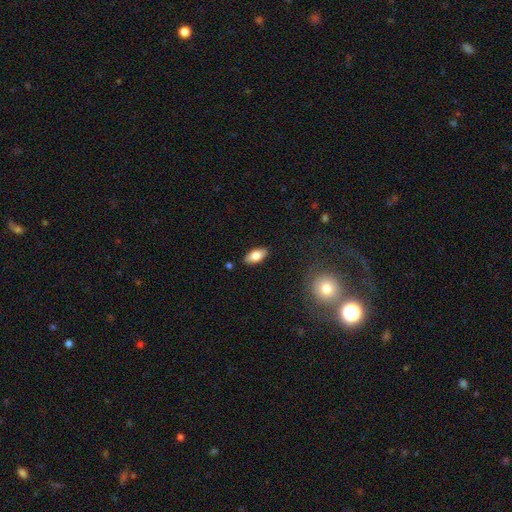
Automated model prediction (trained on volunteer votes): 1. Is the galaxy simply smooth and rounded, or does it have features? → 79% smooth, 14% featured or disk, 7% star or artifact.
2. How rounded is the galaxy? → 89% in between, 9% cigar-shaped, 3% round.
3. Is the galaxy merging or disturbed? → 88% none, 9% minor disturbance, 2% major disturbance, 1% merger.